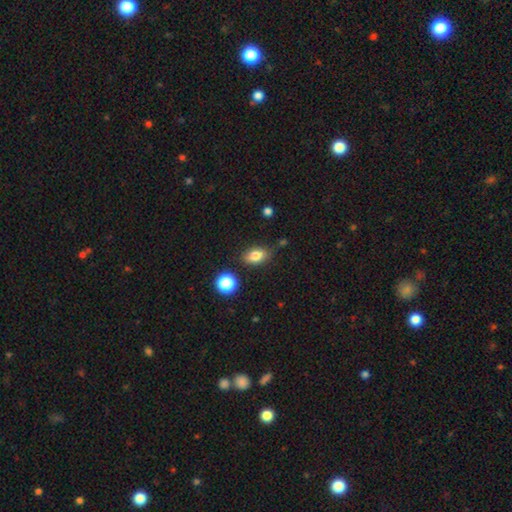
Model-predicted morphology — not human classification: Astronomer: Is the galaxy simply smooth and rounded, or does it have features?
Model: smooth — 82%.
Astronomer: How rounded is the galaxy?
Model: in between — 83%.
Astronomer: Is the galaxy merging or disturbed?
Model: none — 78%.